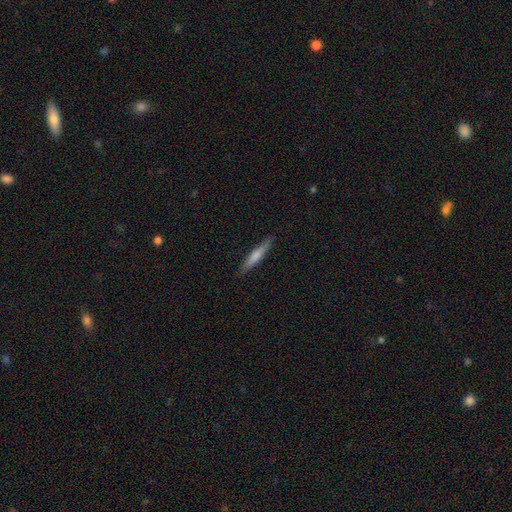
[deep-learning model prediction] Morphology: type=smooth (65%); roundness=cigar-shaped (92%); merging=none (88%).